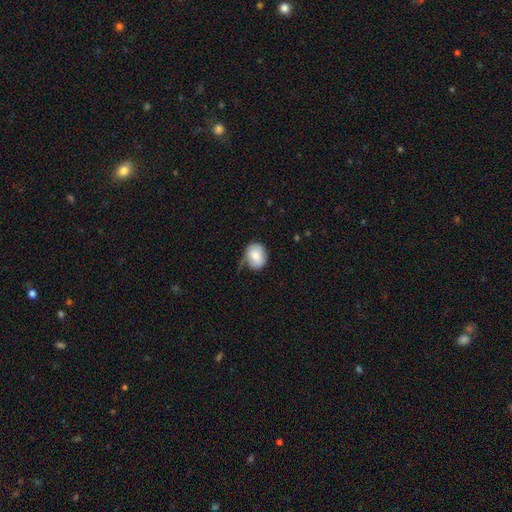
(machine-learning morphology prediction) smooth_or_featured: smooth (p=0.78) [alt: featured or disk p=0.15]
how_rounded: round (p=0.57) [alt: in between p=0.42]
merging: none (p=0.48) [alt: minor disturbance p=0.36]